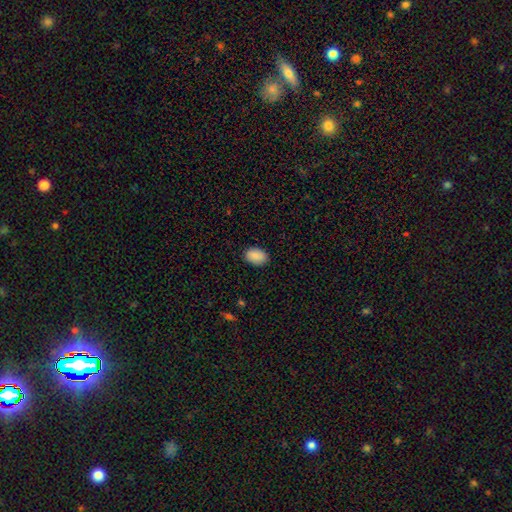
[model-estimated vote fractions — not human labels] Morphology: type=smooth (90%); roundness=in between (86%); merging=none (89%).